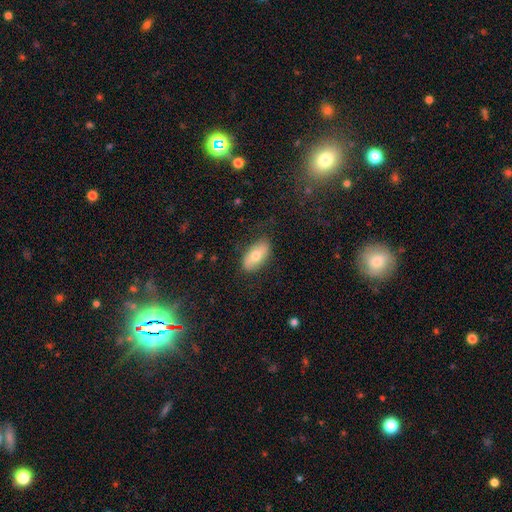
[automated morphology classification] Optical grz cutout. It shows a smooth galaxy with no disk features (68%) that is in between round and cigar-shaped (91%). Merging: none (80%).